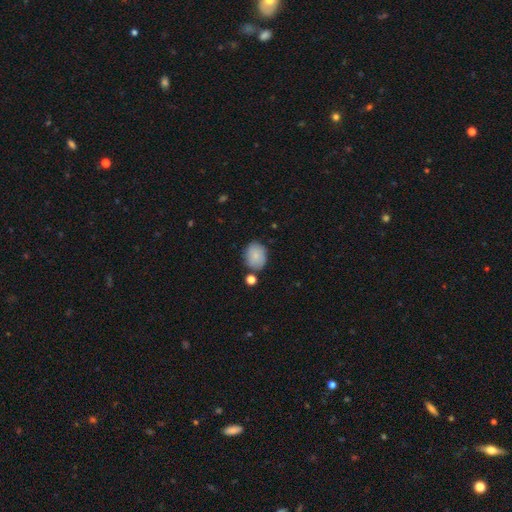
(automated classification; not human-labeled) The model was most divided on "how rounded": in between: 55%, round: 44%, cigar-shaped: 1%. More confident: smooth or featured — smooth (82%); merging — none (74%).